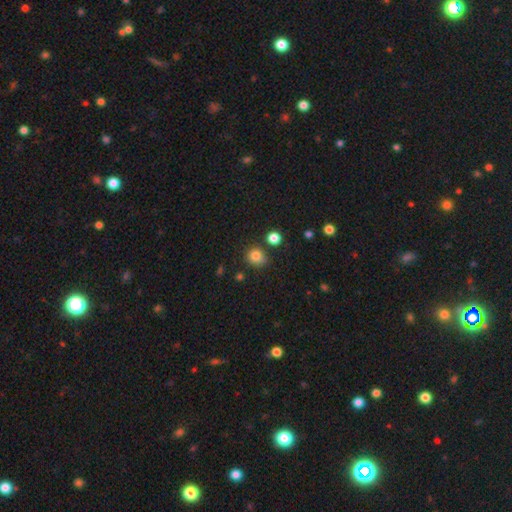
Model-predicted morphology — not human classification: Q: Smooth or featured?
A: smooth (81%); runner-up: star or artifact (13%)
Q: How rounded?
A: round (80%); runner-up: in between (19%)
Q: Merging?
A: none (77%); runner-up: minor disturbance (13%)